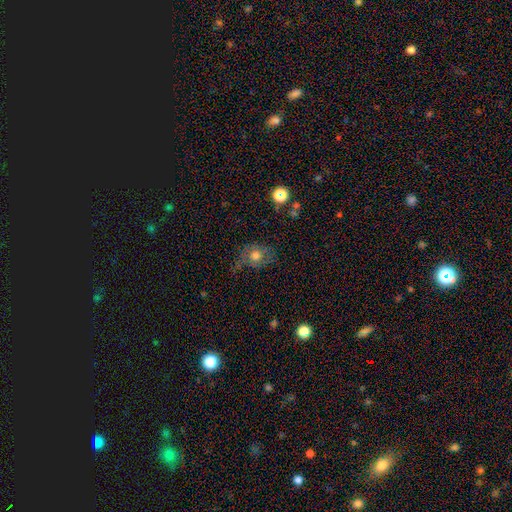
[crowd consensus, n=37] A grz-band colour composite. It shows a smooth galaxy with no disk features (70%) that is in between round and cigar-shaped (54%). Merging: none (68%).